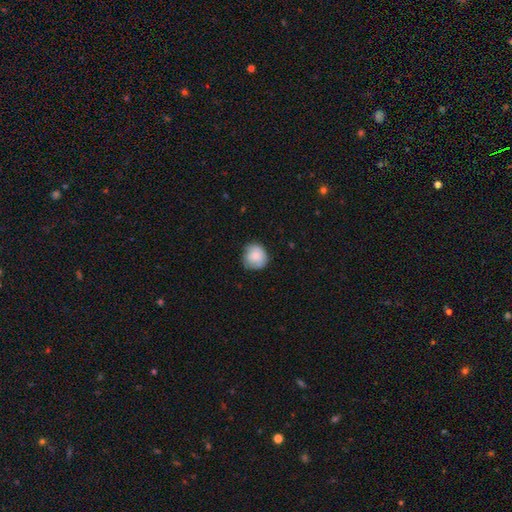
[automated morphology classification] Q: Smooth or featured?
A: smooth (81%); runner-up: featured or disk (12%)
Q: How rounded?
A: round (89%); runner-up: in between (10%)
Q: Merging?
A: none (74%); runner-up: minor disturbance (21%)